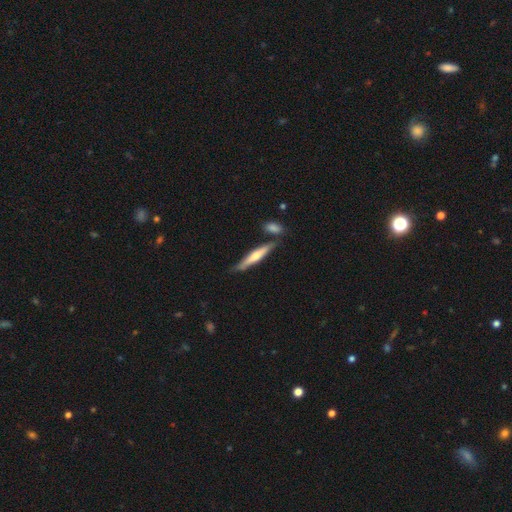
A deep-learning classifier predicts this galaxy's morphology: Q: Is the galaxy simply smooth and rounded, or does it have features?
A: featured or disk — 49%.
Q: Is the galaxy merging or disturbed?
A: none — 73%.